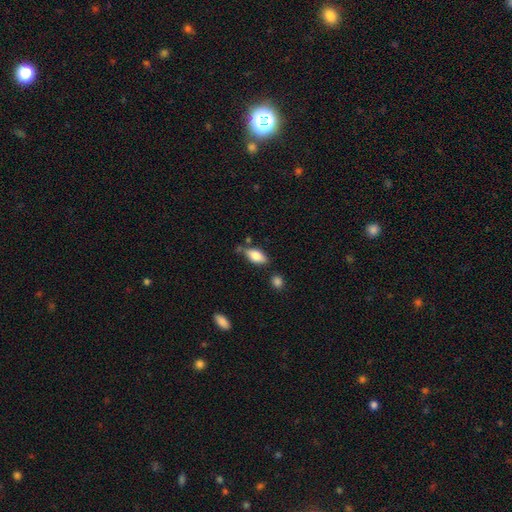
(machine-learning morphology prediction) Smooth or featured?
  - smooth: 76% *
  - featured or disk: 17%
  - star or artifact: 7%
How rounded?
  - in between: 87% *
  - cigar-shaped: 10%
  - round: 4%
Merging?
  - none: 64% *
  - minor disturbance: 22%
  - merger: 9%
  - major disturbance: 6%